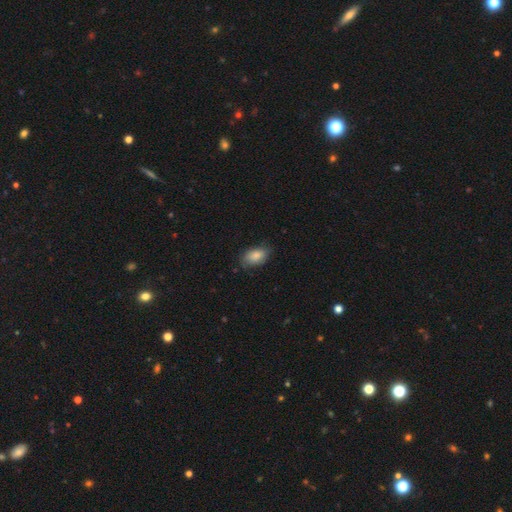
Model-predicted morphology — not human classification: A smooth galaxy with no disk features (86%) that is in between round and cigar-shaped (91%).

Vote fractions:
- Smooth or featured? smooth: 86% / featured or disk: 8% / star or artifact: 7%
- How rounded? in between: 91% / round: 6% / cigar-shaped: 2%
- Merging? none: 73% / minor disturbance: 21% / major disturbance: 4% / merger: 1%